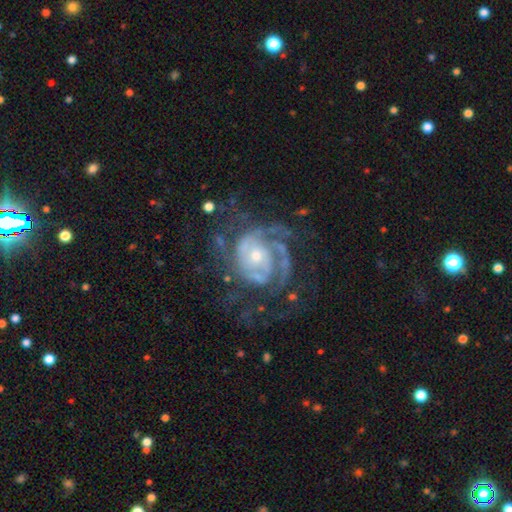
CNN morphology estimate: This appears to be a featured or disk galaxy (89%) with no bar (72%), 2 (27%, tied with 3) tight (56%) spiral arms (96%) and a small central bulge (50%). Merging: none (56%).